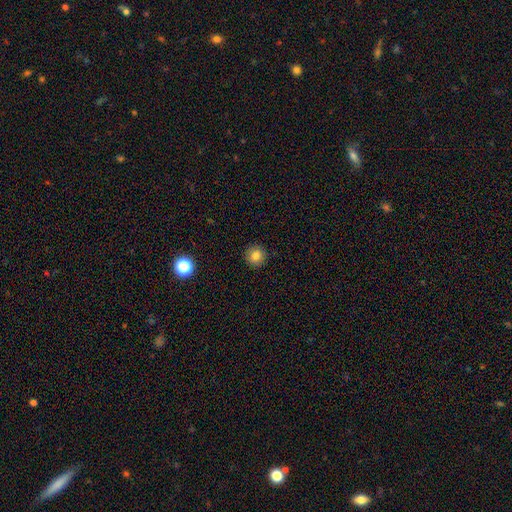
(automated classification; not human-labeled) The model was most divided on "smooth or featured": smooth: 81%, star or artifact: 12%, featured or disk: 7%. More confident: how rounded — round (94%); merging — none (92%).